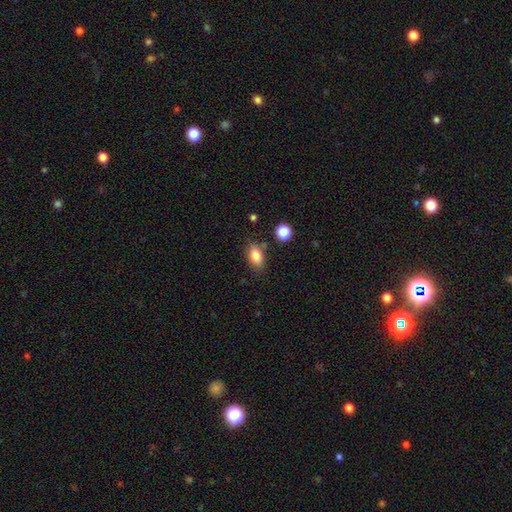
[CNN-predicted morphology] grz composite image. It shows a smooth galaxy with no disk features (84%) that is in between round and cigar-shaped (87%). Merging: none (79%).